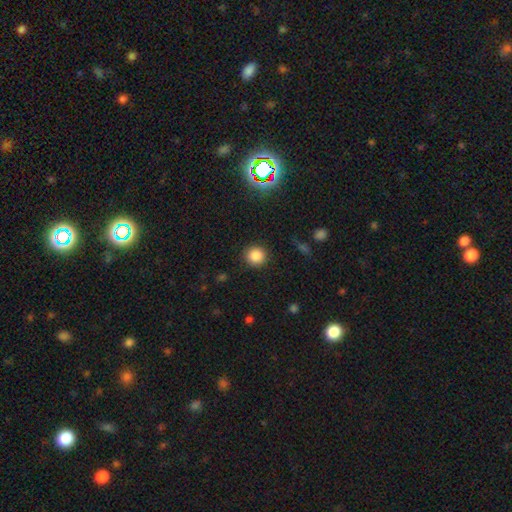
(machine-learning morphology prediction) type=smooth (84%); roundness=round (92%); merging=none (90%).